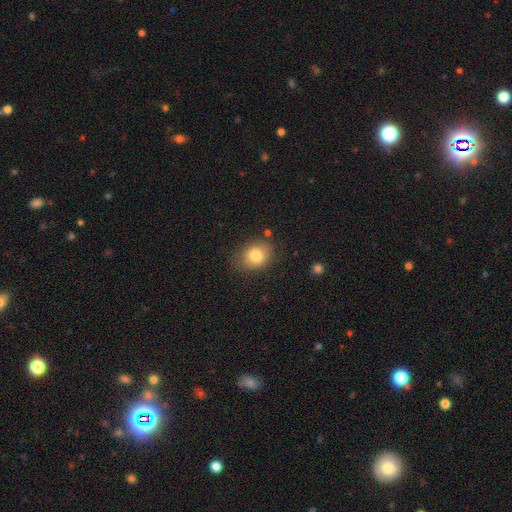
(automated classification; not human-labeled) A smooth galaxy with no disk features (81%) that is in between round and cigar-shaped (54%).

Vote fractions:
- Smooth or featured? smooth: 81% / star or artifact: 10% / featured or disk: 9%
- How rounded? in between: 54% / round: 45% / cigar-shaped: 1%
- Merging? none: 77% / minor disturbance: 16% / major disturbance: 4% / merger: 3%